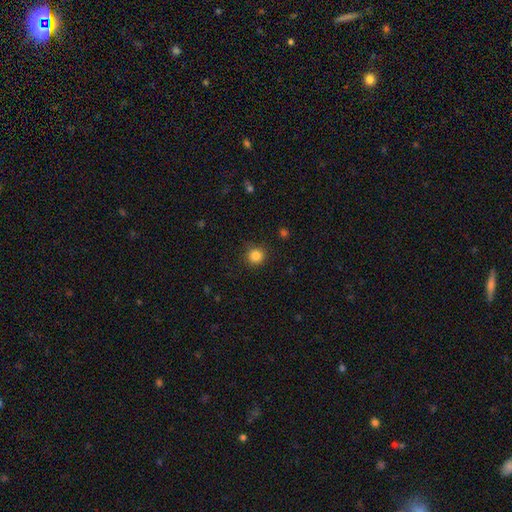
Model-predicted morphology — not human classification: Overall: smooth (84%). How rounded: round (94%). Merging: none (88%).